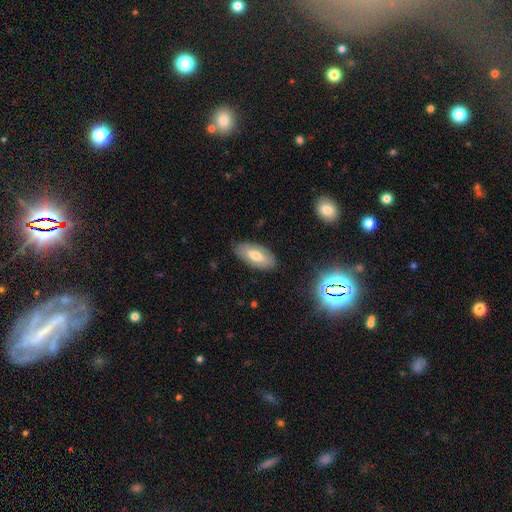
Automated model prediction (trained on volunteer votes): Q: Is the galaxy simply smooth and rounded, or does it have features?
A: smooth — 60%.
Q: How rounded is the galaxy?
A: in between — 89%.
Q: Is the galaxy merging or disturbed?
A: none — 84%.